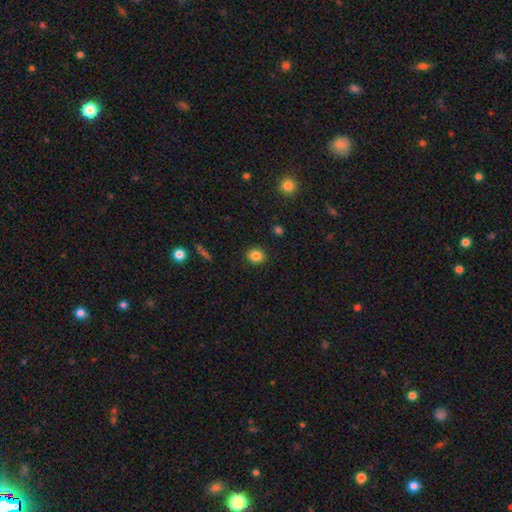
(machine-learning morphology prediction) A smooth galaxy with no disk features (85%) that is round (78%). Merging: none (90%).